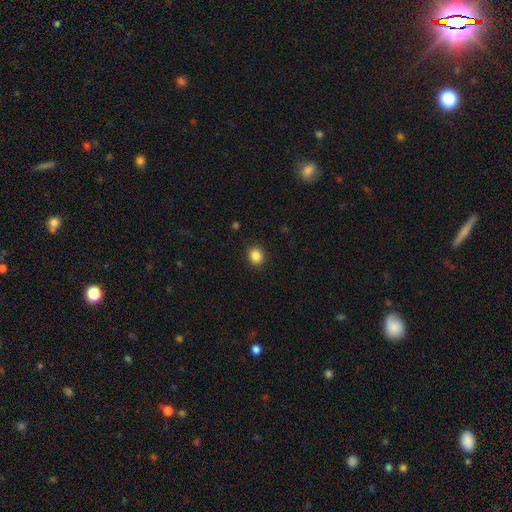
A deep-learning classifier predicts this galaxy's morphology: This is clearly a smooth galaxy (86%). How rounded: clearly round (82%). Merging: clearly none (92%).